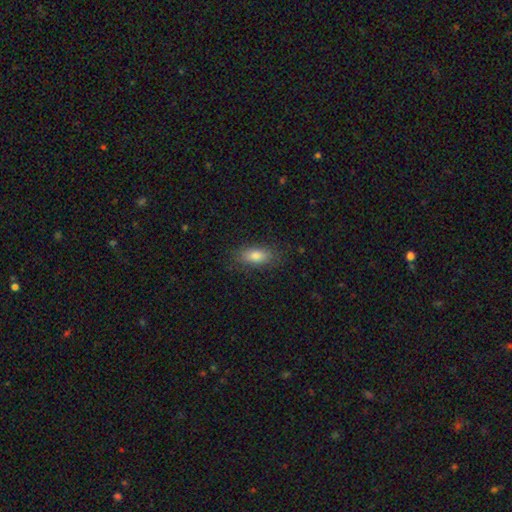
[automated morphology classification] Smooth or featured? Predicted: smooth (p=0.81). How rounded? Predicted: in between (p=0.84). Merging? Predicted: none (p=0.83).